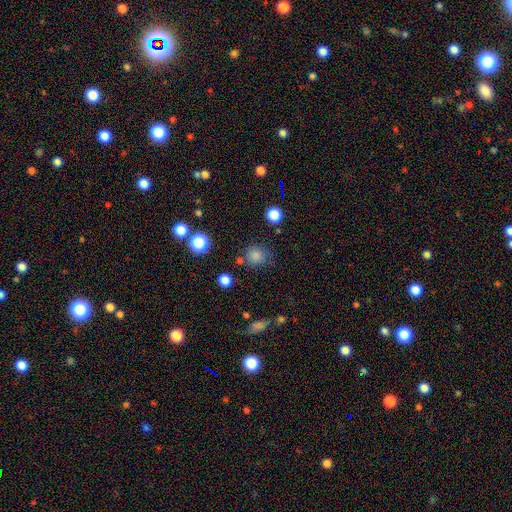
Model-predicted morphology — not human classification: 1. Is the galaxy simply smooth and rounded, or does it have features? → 80% smooth, 15% star or artifact, 5% featured or disk.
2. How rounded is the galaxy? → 86% round, 13% in between, 1% cigar-shaped.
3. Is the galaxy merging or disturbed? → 77% none, 12% minor disturbance, 5% merger, 5% major disturbance.